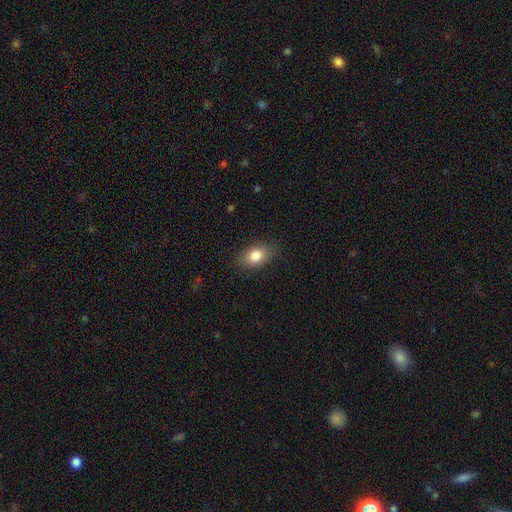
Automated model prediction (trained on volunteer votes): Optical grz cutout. It shows a smooth galaxy with no disk features (82%) that is in between round and cigar-shaped (83%). Merging: none (84%).